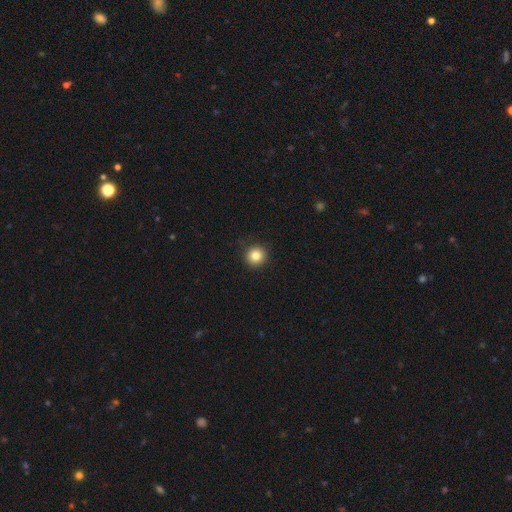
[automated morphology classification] smooth-or-featured: smooth: 83% | star or artifact: 11% | featured or disk: 6%
  how-rounded: round: 95% | in between: 4% | cigar-shaped: 1%
  merging: none: 92% | minor disturbance: 6% | major disturbance: 2% | merger: 1%